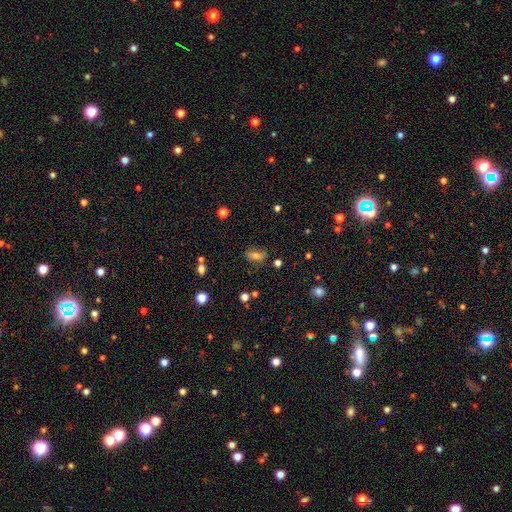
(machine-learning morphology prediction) Smooth or featured? smooth (69%)
How rounded? in between (77%)
Merging? none (73%)